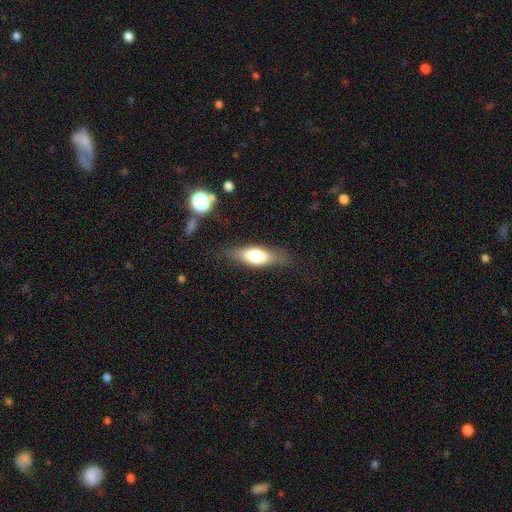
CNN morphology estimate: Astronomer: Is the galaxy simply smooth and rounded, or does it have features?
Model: smooth — 62%.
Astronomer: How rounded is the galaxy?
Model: in between — 64%.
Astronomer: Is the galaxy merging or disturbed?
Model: none — 74%.